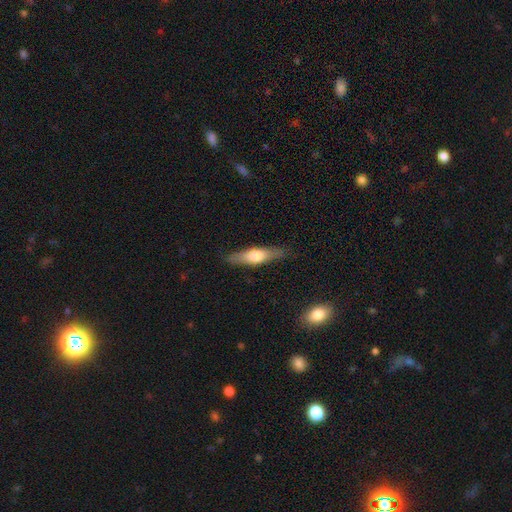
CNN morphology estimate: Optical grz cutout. It shows a smooth galaxy with no disk features (56%) that is cigar-shaped (66%). Merging: none (85%).